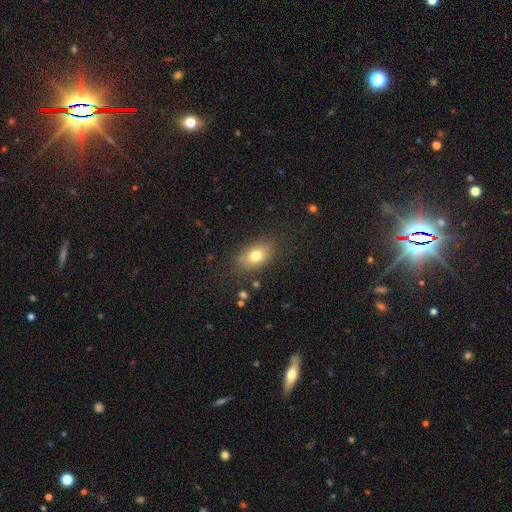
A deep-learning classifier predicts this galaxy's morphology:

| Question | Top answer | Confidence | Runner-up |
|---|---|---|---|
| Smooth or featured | smooth | 76% | featured or disk (14%) |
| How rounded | in between | 83% | round (14%) |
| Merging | none | 80% | minor disturbance (14%) |